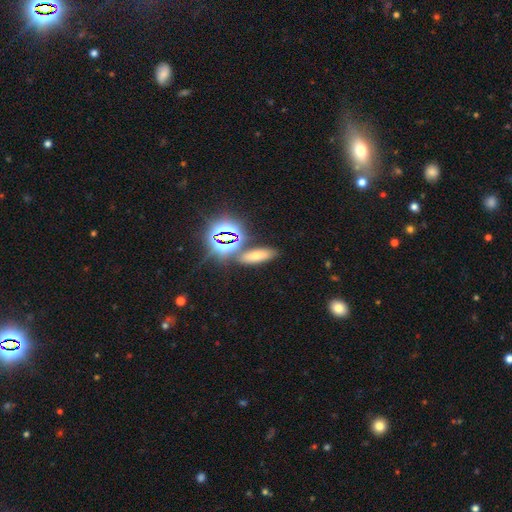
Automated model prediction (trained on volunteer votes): Morphology: type=smooth (52%); roundness=in between (56%); merging=none (75%).